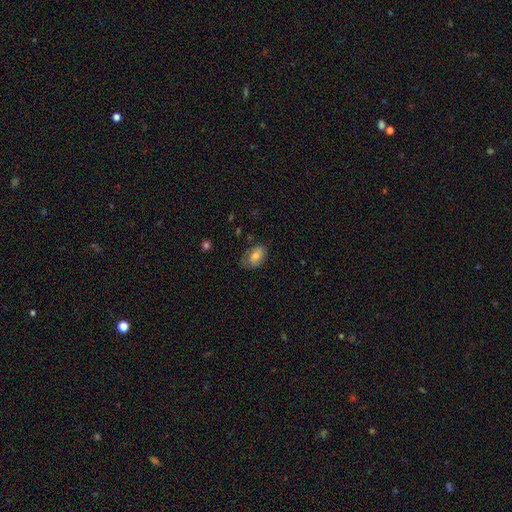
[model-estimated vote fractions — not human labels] Smooth or featured: smooth — 74% (featured or disk — 18%)
How rounded: in between — 87% (round — 12%)
Merging: none — 70% (minor disturbance — 23%)